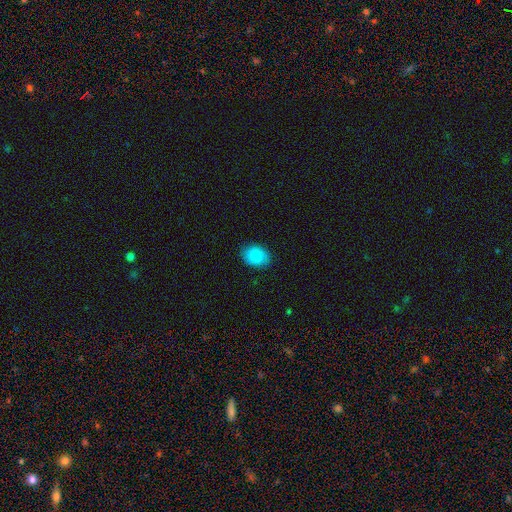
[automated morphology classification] Smooth or featured?
  - smooth: 87% *
  - star or artifact: 7%
  - featured or disk: 6%
How rounded?
  - in between: 69% *
  - round: 30%
  - cigar-shaped: 1%
Merging?
  - none: 84% *
  - minor disturbance: 12%
  - major disturbance: 3%
  - merger: 1%